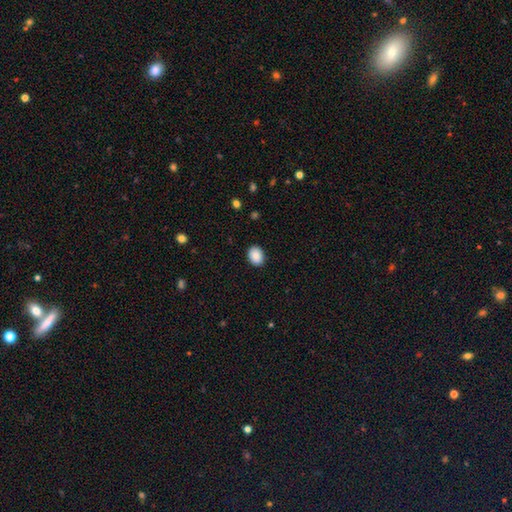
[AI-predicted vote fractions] Smooth or featured: smooth — 89% (star or artifact — 7%)
How rounded: in between — 61% (round — 38%)
Merging: none — 90% (minor disturbance — 7%)